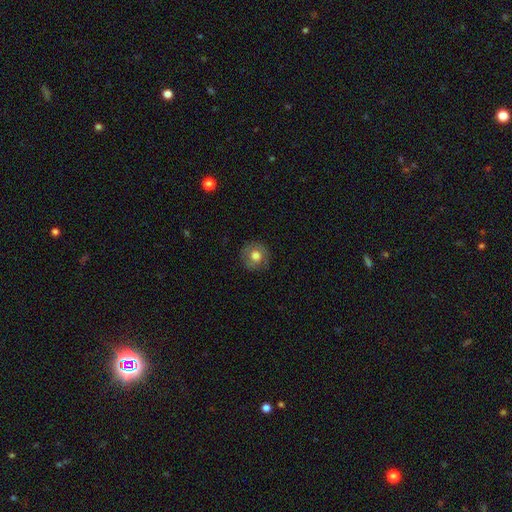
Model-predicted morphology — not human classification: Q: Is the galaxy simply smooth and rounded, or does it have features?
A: smooth — 69%.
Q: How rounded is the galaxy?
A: round — 92%.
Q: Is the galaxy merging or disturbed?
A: none — 85%.